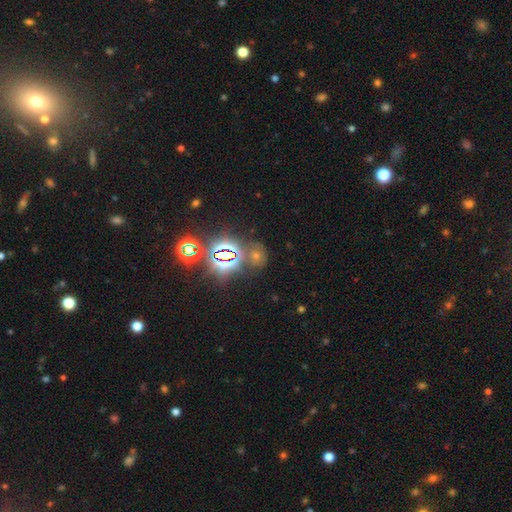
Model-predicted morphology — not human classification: This is likely a star or artifact rather than a galaxy (73%).